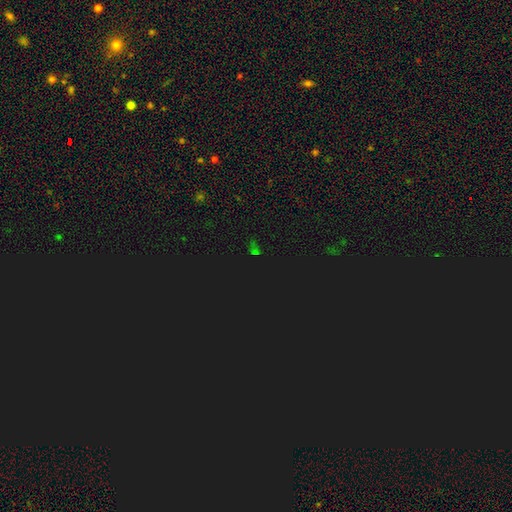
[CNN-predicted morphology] star or artifact 75%, smooth 18%, featured or disk 8%.